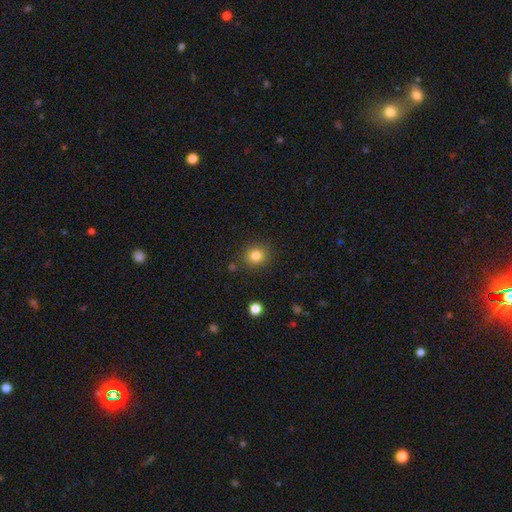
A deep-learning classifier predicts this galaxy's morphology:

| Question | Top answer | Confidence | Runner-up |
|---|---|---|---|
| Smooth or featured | smooth | 83% | star or artifact (11%) |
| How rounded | round | 81% | in between (18%) |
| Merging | none | 85% | minor disturbance (10%) |